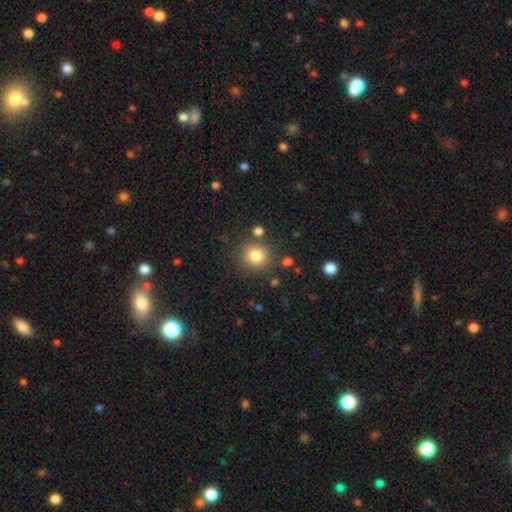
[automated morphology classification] The model was most divided on "smooth or featured": smooth: 81%, star or artifact: 12%, featured or disk: 7%. More confident: how rounded — round (91%); merging — none (83%).